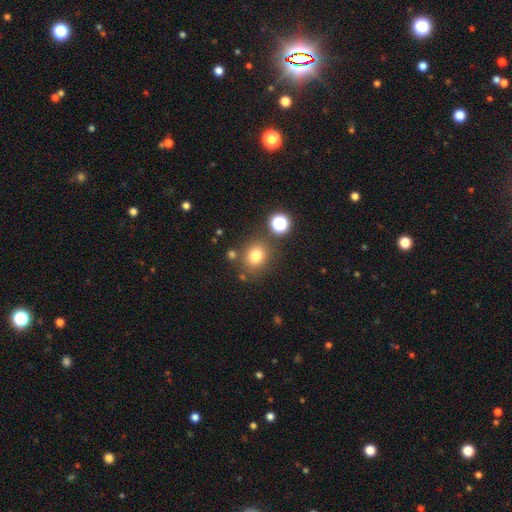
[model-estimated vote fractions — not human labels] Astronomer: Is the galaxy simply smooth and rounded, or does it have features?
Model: smooth — 76%.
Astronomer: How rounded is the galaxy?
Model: round — 77%.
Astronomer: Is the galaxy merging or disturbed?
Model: none — 79%.